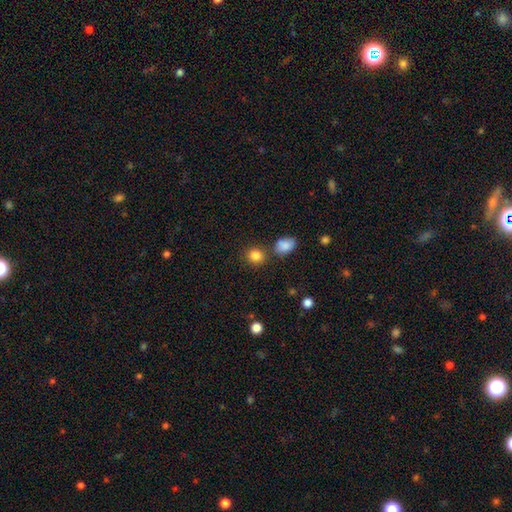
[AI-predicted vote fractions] smooth 85%, star or artifact 10%, featured or disk 5%. Down the decision tree: how rounded — round (80%); merging — none (77%).